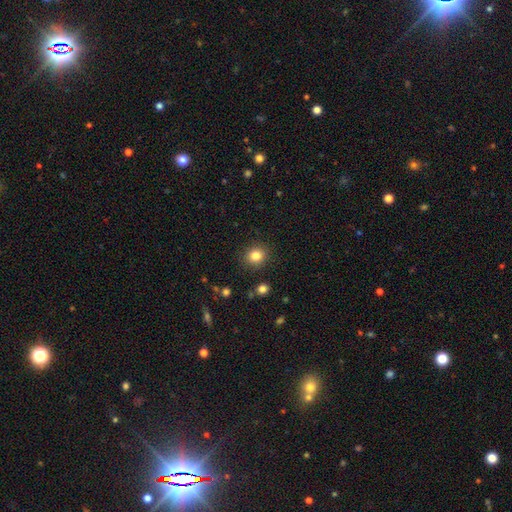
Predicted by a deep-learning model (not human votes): Morphology: type=smooth (83%); roundness=round (79%); merging=none (89%).